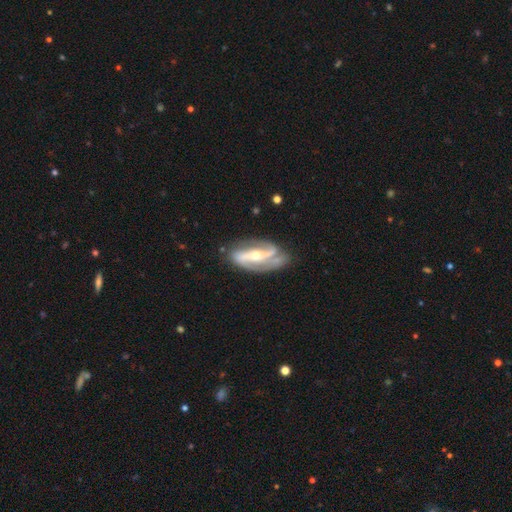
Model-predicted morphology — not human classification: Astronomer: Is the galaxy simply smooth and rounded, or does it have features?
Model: featured or disk — 86%.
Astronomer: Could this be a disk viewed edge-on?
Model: no — 92%.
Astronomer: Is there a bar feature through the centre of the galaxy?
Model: strong — 57%.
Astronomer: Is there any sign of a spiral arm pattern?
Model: yes — 93%.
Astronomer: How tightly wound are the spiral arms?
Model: medium — 39% (runner-up: loose, 36%).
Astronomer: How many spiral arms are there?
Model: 2 — 87%.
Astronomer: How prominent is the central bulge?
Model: moderate — 50% (runner-up: small, 46%).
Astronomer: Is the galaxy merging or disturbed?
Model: none — 71%.